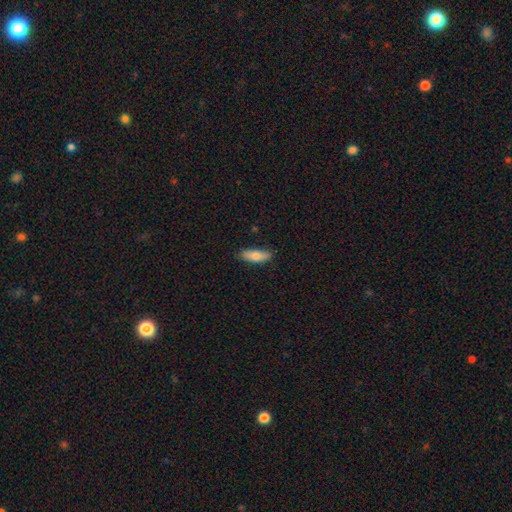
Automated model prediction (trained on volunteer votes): smooth-or-featured: smooth: 74% | featured or disk: 20% | star or artifact: 6%
  how-rounded: in between: 62% | cigar-shaped: 36% | round: 2%
  merging: none: 84% | minor disturbance: 13% | major disturbance: 2% | merger: 1%